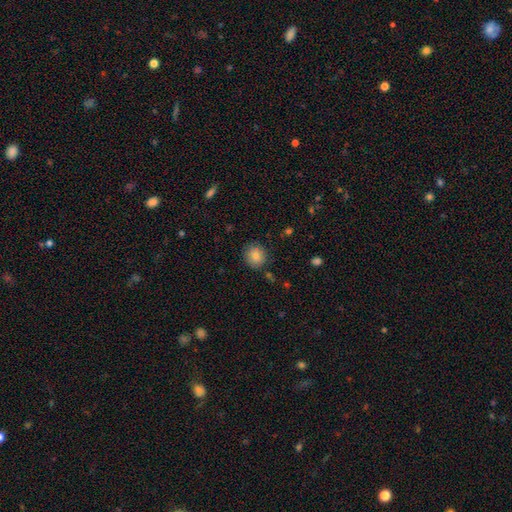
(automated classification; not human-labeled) Q: Smooth or featured?
A: smooth (84%); runner-up: star or artifact (9%)
Q: How rounded?
A: round (81%); runner-up: in between (18%)
Q: Merging?
A: none (84%); runner-up: minor disturbance (11%)